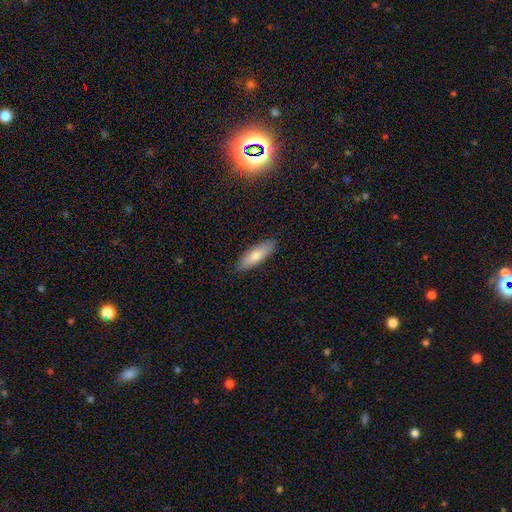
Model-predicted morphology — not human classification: type=smooth (78%); roundness=in between (53%); merging=none (89%).